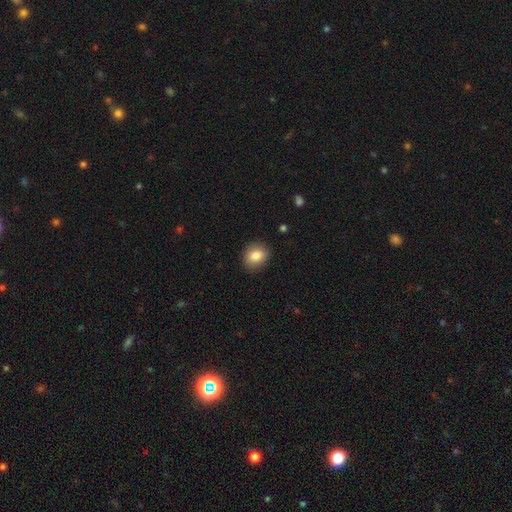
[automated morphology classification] smooth_or_featured: smooth (p=0.84) [alt: star or artifact p=0.08]
how_rounded: round (p=0.52) [alt: in between p=0.47]
merging: none (p=0.86) [alt: minor disturbance p=0.11]